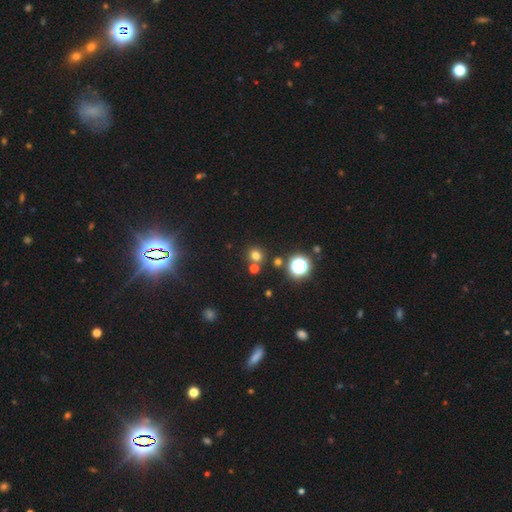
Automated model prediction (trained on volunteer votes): smooth 68%, star or artifact 25%, featured or disk 7%. Down the decision tree: how rounded — round (87%); merging — none (75%).